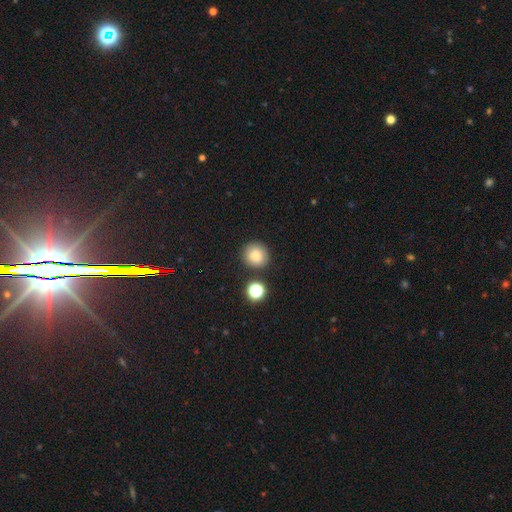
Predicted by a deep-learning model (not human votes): This is clearly a smooth galaxy (82%). How rounded: clearly round (90%). Merging: clearly none (83%).